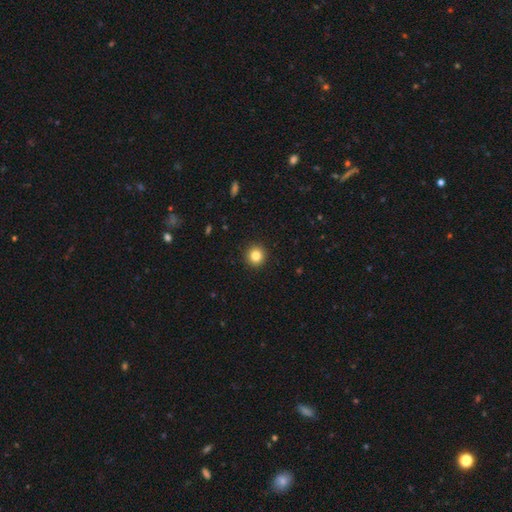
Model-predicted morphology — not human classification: The model was most divided on "smooth or featured": smooth: 84%, star or artifact: 11%, featured or disk: 5%. More confident: how rounded — round (94%); merging — none (92%).